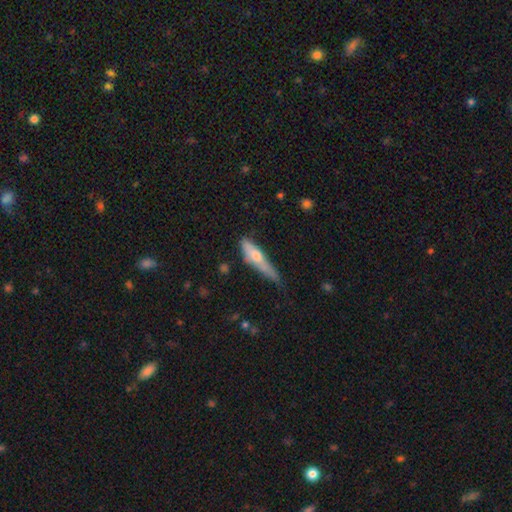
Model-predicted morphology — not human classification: This appears to be a smooth galaxy with no disk features (57%) that is cigar-shaped (77%). Merging: minor disturbance (41%).